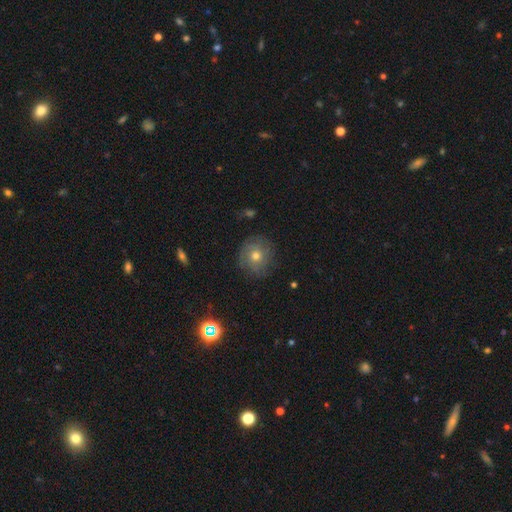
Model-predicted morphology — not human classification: Q: Smooth or featured?
A: featured or disk (50%); runner-up: smooth (39%)
Q: Merging?
A: none (79%); runner-up: minor disturbance (15%)